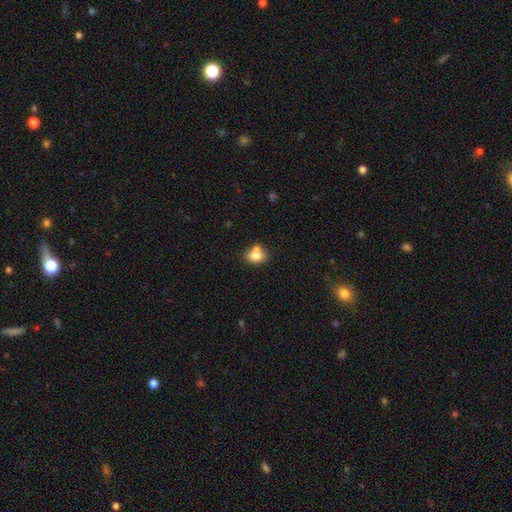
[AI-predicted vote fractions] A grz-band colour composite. It shows a smooth galaxy with no disk features (77%) that is in between round and cigar-shaped (55%). Merging: none (43%).